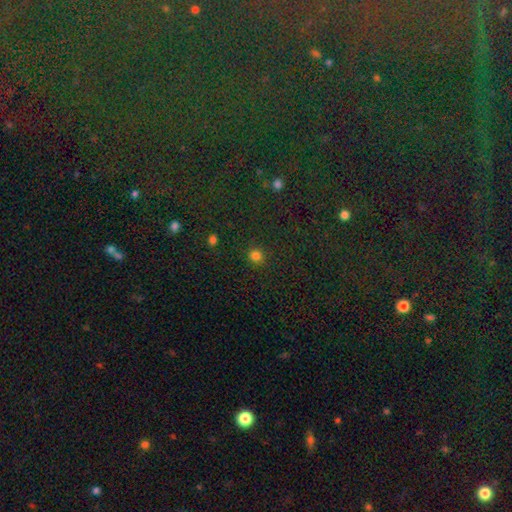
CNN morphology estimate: Smooth or featured: smooth — 80% (star or artifact — 15%)
How rounded: round — 93% (in between — 6%)
Merging: none — 91% (minor disturbance — 6%)